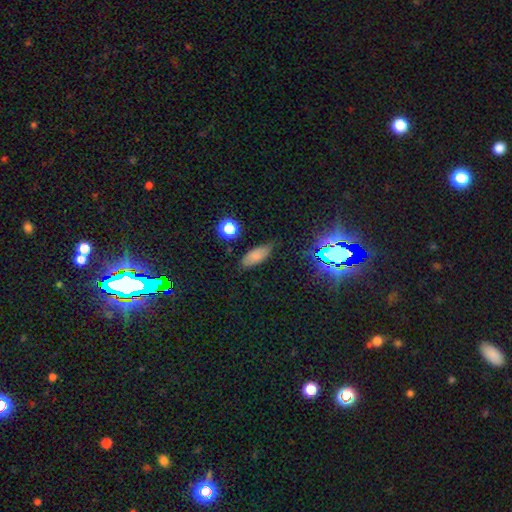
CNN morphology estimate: A smooth galaxy with no disk features (77%) that is in between round and cigar-shaped (78%). Merging: none (73%).